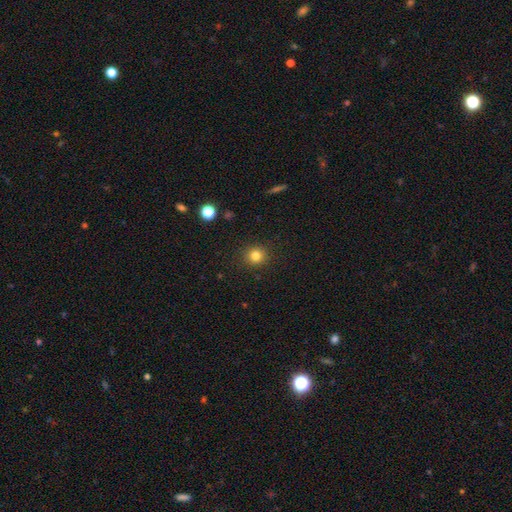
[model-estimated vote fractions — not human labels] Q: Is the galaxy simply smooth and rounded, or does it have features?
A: smooth — 81%.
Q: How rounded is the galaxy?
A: round — 91%.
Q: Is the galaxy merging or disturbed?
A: none — 90%.